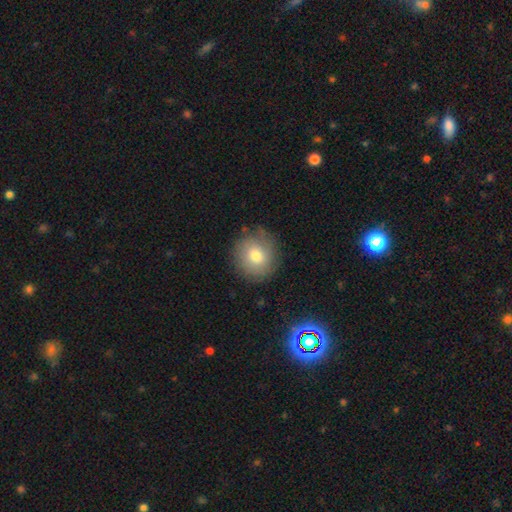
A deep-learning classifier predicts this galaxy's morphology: Smooth or featured: smooth — 73% (featured or disk — 18%)
How rounded: round — 90% (in between — 9%)
Merging: none — 80% (minor disturbance — 14%)